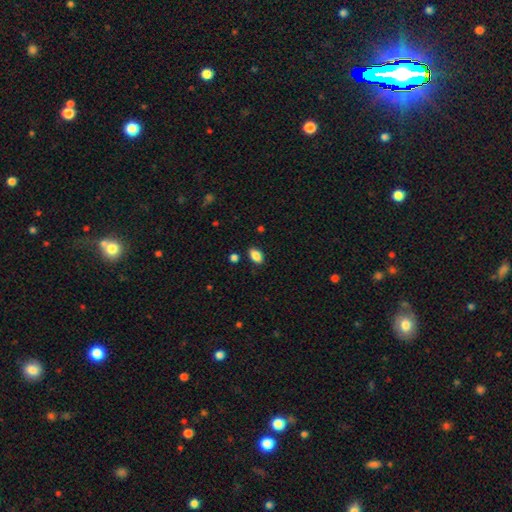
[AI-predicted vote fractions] A smooth galaxy with no disk features (88%) that is in between round and cigar-shaped (91%).

Vote fractions:
- Smooth or featured? smooth: 88% / star or artifact: 8% / featured or disk: 4%
- How rounded? in between: 91% / round: 7% / cigar-shaped: 2%
- Merging? none: 85% / minor disturbance: 10% / major disturbance: 2% / merger: 2%